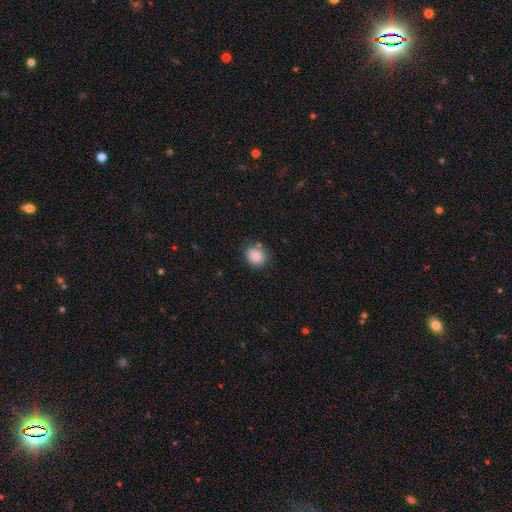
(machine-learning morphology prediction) A smooth galaxy with no disk features (87%) that is round (69%). Merging: none (77%).